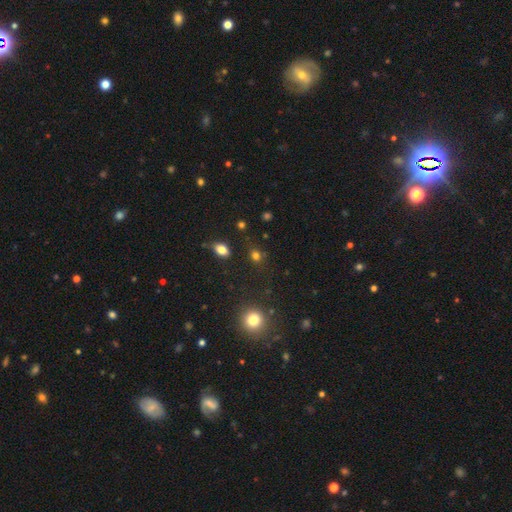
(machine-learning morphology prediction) A smooth galaxy with no disk features (77%) that is round (64%).

Vote fractions:
- Smooth or featured? smooth: 77% / star or artifact: 18% / featured or disk: 6%
- How rounded? round: 64% / in between: 34% / cigar-shaped: 2%
- Merging? none: 77% / minor disturbance: 14% / major disturbance: 5% / merger: 5%